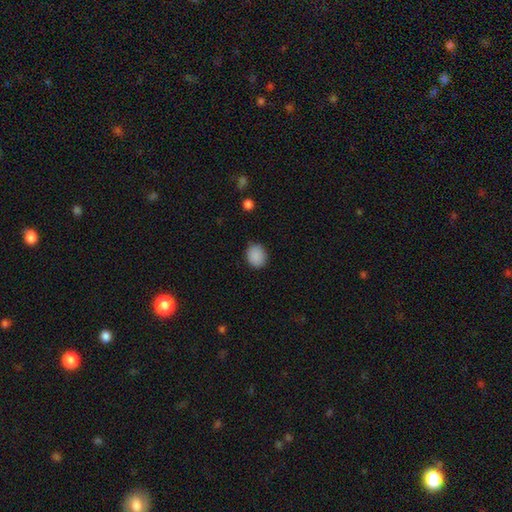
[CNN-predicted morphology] Q: Smooth or featured?
A: smooth (89%); runner-up: star or artifact (8%)
Q: How rounded?
A: round (64%); runner-up: in between (35%)
Q: Merging?
A: none (85%); runner-up: minor disturbance (12%)